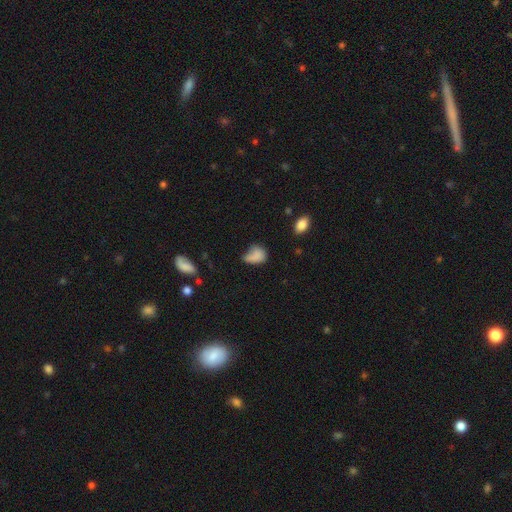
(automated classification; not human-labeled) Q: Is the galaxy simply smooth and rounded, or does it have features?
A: smooth — 76%.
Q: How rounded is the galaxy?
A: in between — 74%.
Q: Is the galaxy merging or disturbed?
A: minor disturbance — 33%.